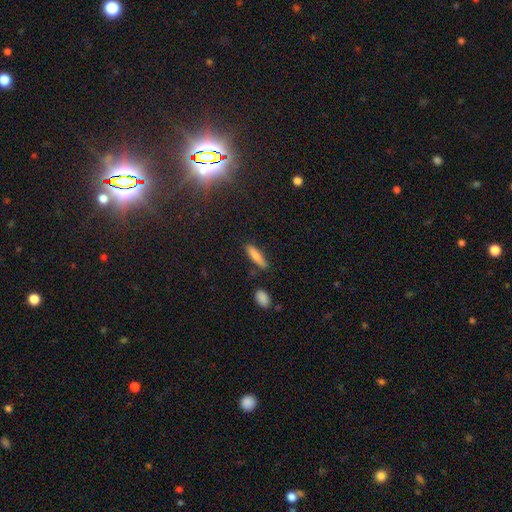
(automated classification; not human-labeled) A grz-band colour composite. It shows a smooth galaxy with no disk features (78%) that is cigar-shaped (75%). Merging: none (79%).